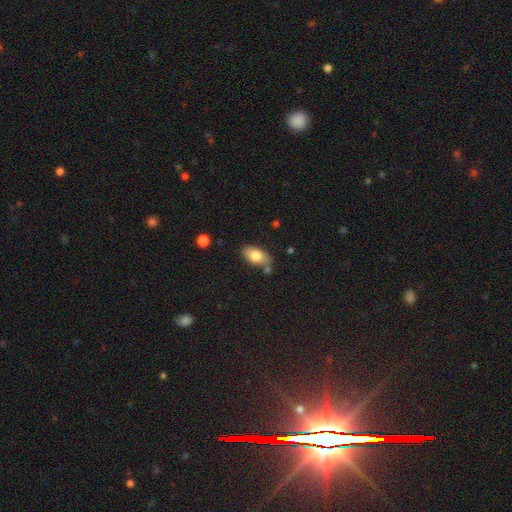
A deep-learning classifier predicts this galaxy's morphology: A smooth galaxy with no disk features (77%) that is in between round and cigar-shaped (92%). Merging: none (69%).